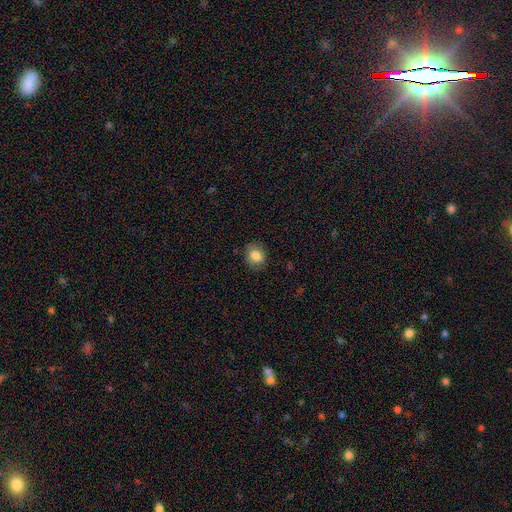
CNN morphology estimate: Smooth or featured?
  - smooth: 83% *
  - star or artifact: 9%
  - featured or disk: 8%
How rounded?
  - round: 61% *
  - in between: 38%
  - cigar-shaped: 1%
Merging?
  - none: 84% *
  - minor disturbance: 12%
  - major disturbance: 3%
  - merger: 1%